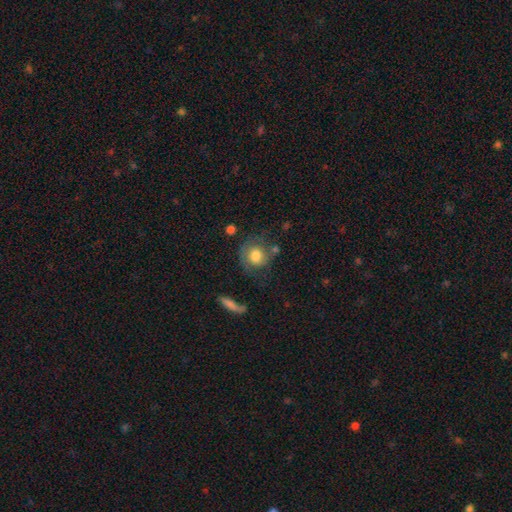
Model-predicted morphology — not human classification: This is likely a smooth galaxy (68%). How rounded: likely round (79%). Merging: possibly none (58%).